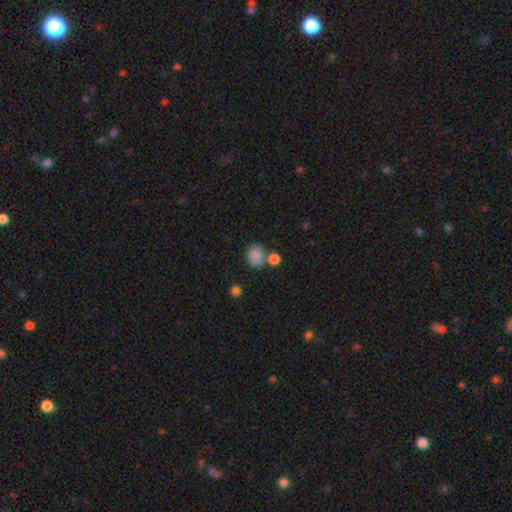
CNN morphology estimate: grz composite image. It shows a smooth galaxy with no disk features (84%) that is round (68%). Merging: none (58%).